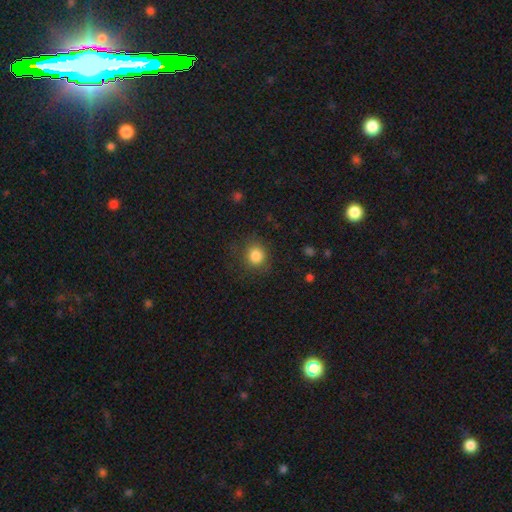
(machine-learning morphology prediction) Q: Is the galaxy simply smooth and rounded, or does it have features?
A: smooth — 85%.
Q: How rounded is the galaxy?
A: round — 82%.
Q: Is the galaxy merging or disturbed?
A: none — 79%.